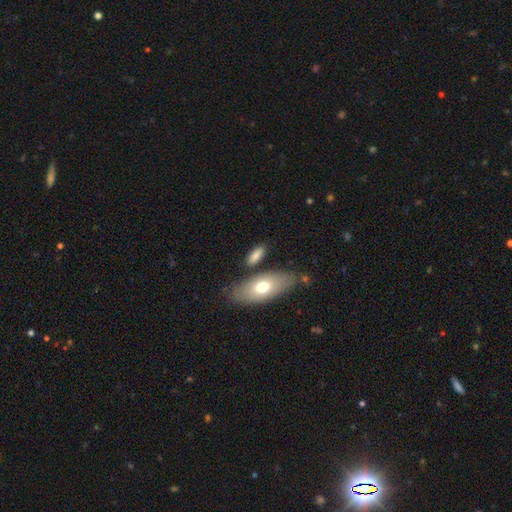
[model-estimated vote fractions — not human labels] smooth 77%, featured or disk 16%, star or artifact 7%. Down the decision tree: how rounded — in between (73%); merging — none (71%).